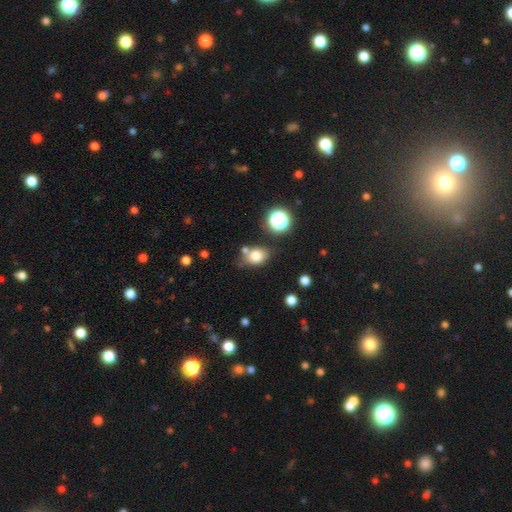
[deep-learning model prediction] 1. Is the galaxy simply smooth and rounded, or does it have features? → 78% smooth, 13% star or artifact, 9% featured or disk.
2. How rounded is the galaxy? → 57% in between, 41% round, 1% cigar-shaped.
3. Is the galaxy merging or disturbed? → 65% none, 17% minor disturbance, 12% merger, 5% major disturbance.